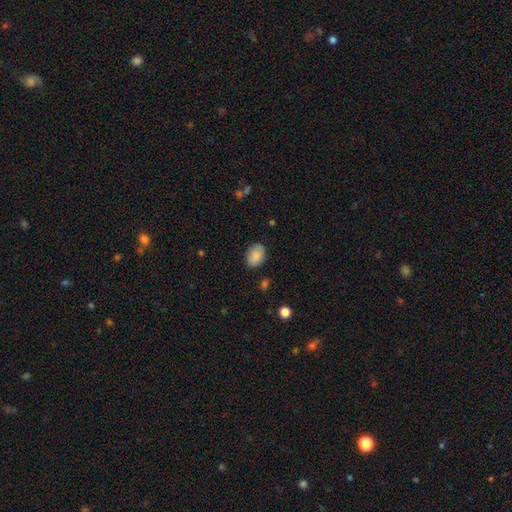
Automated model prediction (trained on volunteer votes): smooth_or_featured: smooth (p=0.86) [alt: star or artifact p=0.07]
how_rounded: in between (p=0.82) [alt: round p=0.17]
merging: none (p=0.84) [alt: minor disturbance p=0.12]